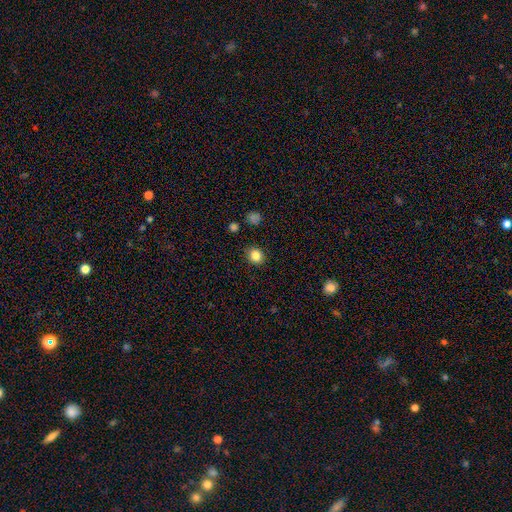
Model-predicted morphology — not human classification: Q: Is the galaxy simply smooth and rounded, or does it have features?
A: smooth — 84%.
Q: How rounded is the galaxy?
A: round — 77%.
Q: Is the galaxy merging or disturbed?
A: none — 89%.